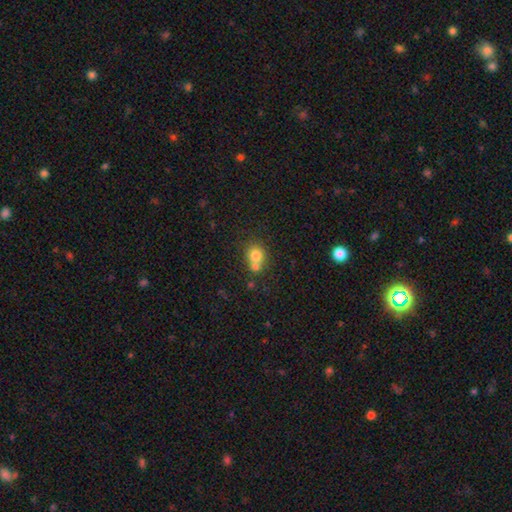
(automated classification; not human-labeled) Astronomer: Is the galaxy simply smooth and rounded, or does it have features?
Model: smooth — 76%.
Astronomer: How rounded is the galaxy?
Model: round — 78%.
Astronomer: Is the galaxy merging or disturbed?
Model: merger — 50% (runner-up: none, 39%).